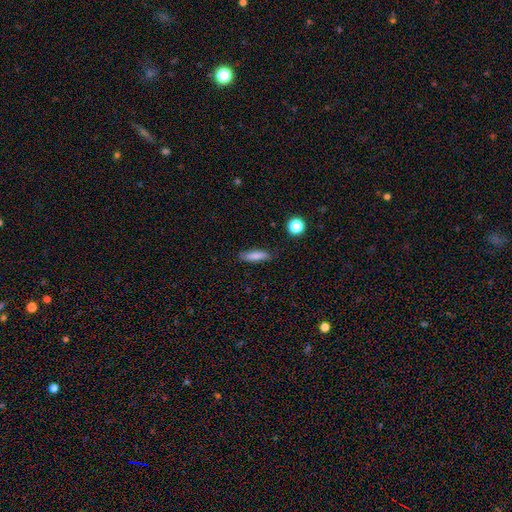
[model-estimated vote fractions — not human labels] Smooth or featured? Predicted: smooth (p=0.82). How rounded? Predicted: cigar-shaped (p=0.63). Merging? Predicted: none (p=0.84).